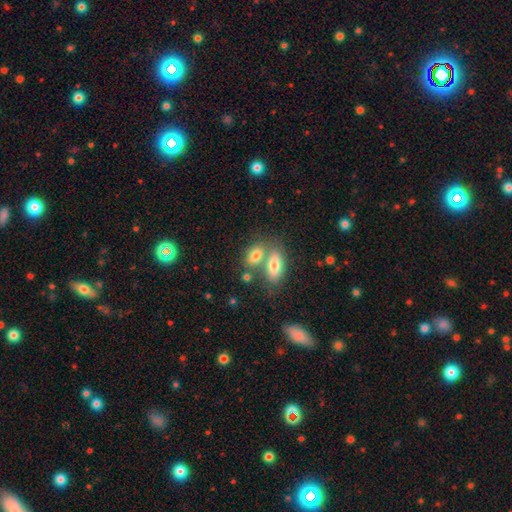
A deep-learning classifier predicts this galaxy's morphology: smooth_or_featured: smooth (p=0.78) [alt: featured or disk p=0.14]
how_rounded: in between (p=0.86) [alt: round p=0.09]
merging: merger (p=0.49) [alt: none p=0.38]